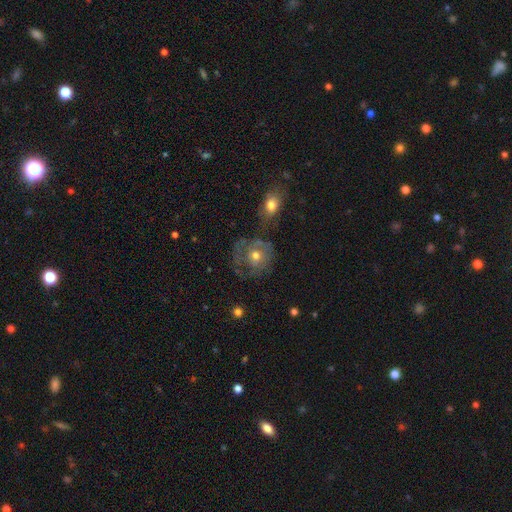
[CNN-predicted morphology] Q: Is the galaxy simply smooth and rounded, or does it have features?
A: featured or disk — 55%.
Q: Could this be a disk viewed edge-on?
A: no — 97%.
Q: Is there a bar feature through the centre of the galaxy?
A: no — 87%.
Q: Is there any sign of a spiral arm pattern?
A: yes — 62%.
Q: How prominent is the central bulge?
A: moderate — 68%.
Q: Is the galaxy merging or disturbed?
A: none — 51%.